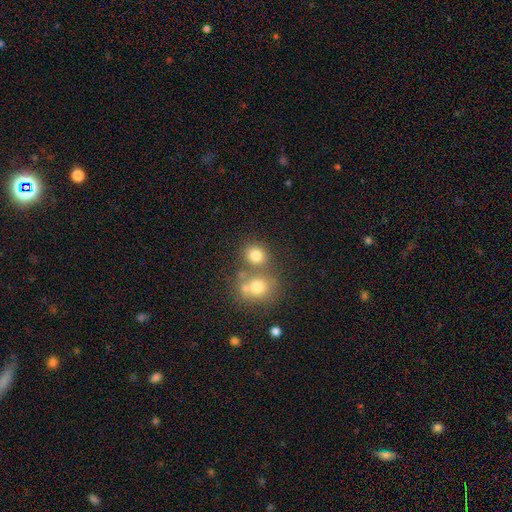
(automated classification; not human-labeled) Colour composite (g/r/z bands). It shows a smooth galaxy with no disk features (77%) that is round (73%). Merging: none (56%).